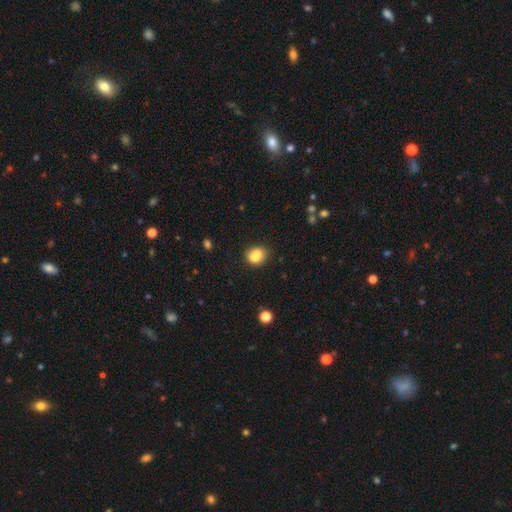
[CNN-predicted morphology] This appears to be a smooth galaxy with no disk features (69%) that is round (69%). Merging: merger (54%).